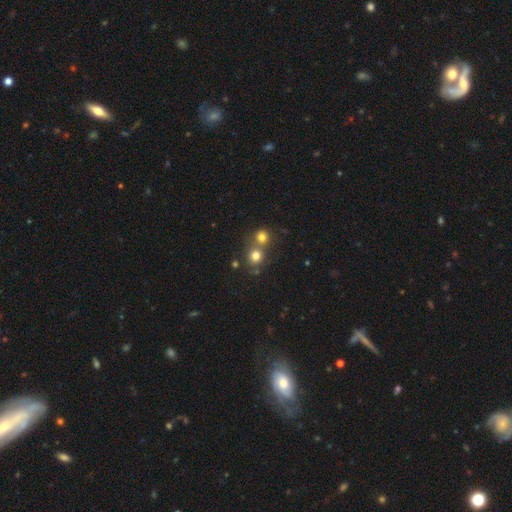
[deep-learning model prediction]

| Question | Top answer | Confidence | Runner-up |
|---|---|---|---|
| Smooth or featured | smooth | 76% | star or artifact (15%) |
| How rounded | round | 87% | in between (12%) |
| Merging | none | 52% | merger (39%) |